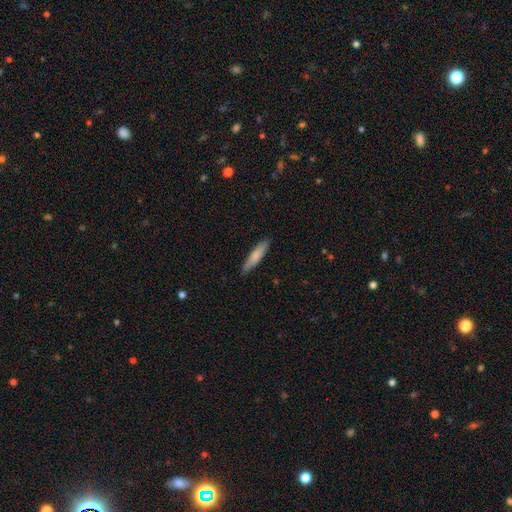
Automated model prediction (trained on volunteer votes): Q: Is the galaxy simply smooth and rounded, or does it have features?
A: smooth — 78%.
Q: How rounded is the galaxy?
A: cigar-shaped — 84%.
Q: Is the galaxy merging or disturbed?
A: none — 86%.